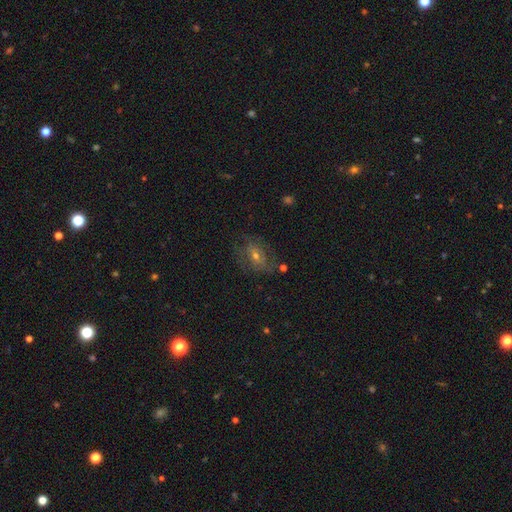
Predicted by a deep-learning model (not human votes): Smooth or featured? Predicted: featured or disk (p=0.56). Edge-on disk? Predicted: no (p=0.93). Bar? Predicted: no (p=0.51). Spiral arms? Predicted: yes (p=0.68). Bulge size? Predicted: small (p=0.48). Merging? Predicted: none (p=0.65).